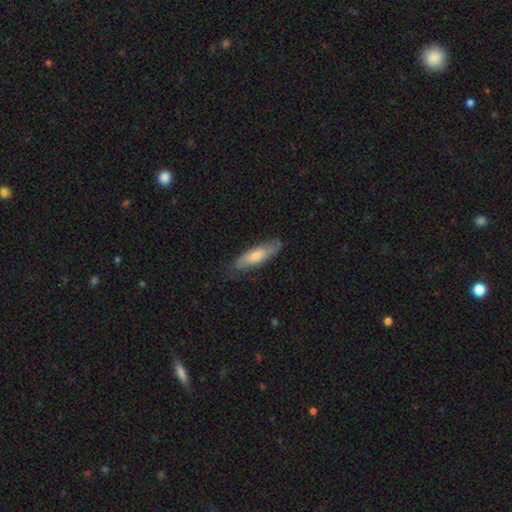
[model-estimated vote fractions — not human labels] Overall: smooth (63%; featured or disk 31%). How rounded: cigar-shaped (58%; in between 40%). Merging: none (75%).